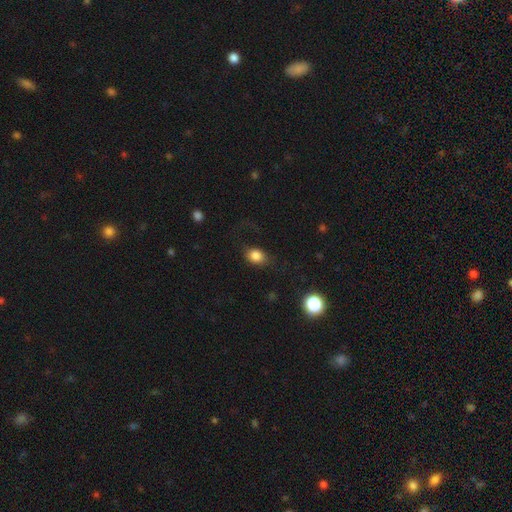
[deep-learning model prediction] Overall: smooth (82%). How rounded: in between (59%; round 39%). Merging: none (66%).